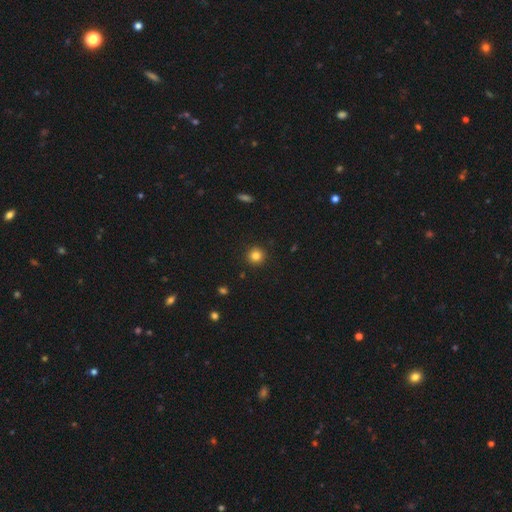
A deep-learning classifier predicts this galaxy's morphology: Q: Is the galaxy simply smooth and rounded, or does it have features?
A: smooth — 83%.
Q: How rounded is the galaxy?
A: round — 94%.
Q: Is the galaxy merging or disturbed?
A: none — 92%.